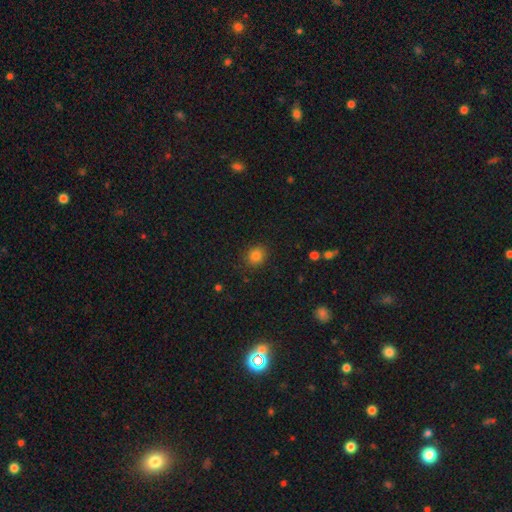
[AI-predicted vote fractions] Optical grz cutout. It shows a smooth galaxy with no disk features (83%) that is round (73%). Merging: none (87%).